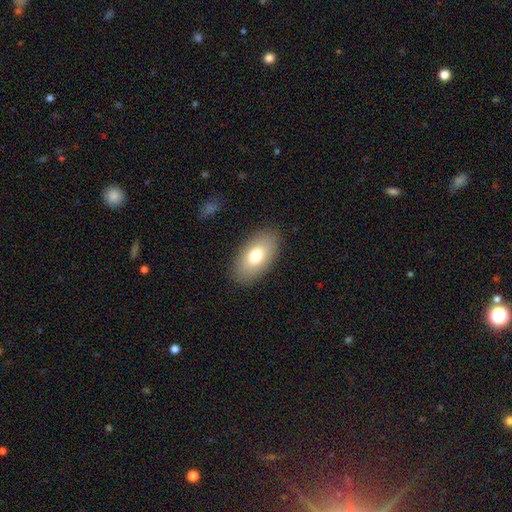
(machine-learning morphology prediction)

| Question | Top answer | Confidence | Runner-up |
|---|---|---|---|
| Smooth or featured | smooth | 74% | featured or disk (18%) |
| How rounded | in between | 93% | round (4%) |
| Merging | none | 87% | minor disturbance (9%) |